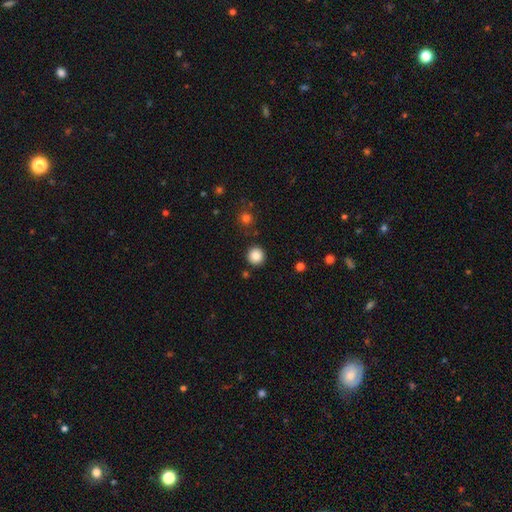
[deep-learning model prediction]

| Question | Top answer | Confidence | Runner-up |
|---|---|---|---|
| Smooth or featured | smooth | 86% | star or artifact (10%) |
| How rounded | round | 94% | in between (5%) |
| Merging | none | 90% | minor disturbance (6%) |